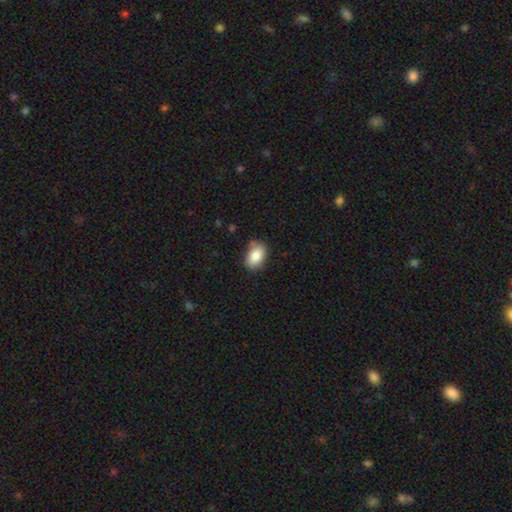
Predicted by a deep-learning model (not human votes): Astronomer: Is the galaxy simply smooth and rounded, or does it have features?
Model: smooth — 85%.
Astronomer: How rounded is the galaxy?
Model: in between — 87%.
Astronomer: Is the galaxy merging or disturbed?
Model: none — 77%.